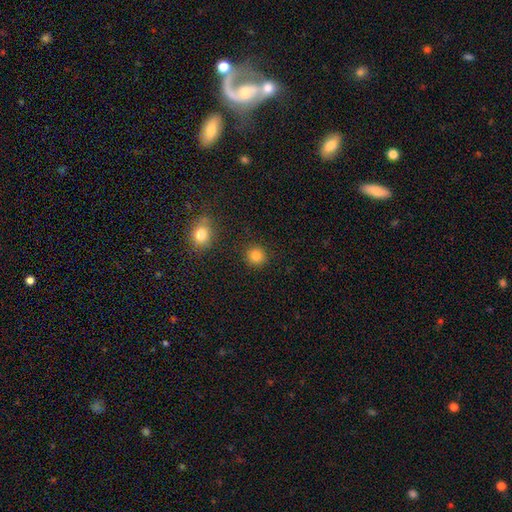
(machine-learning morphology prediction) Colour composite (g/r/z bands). It shows a smooth galaxy with no disk features (84%) that is round (91%). Merging: none (90%).